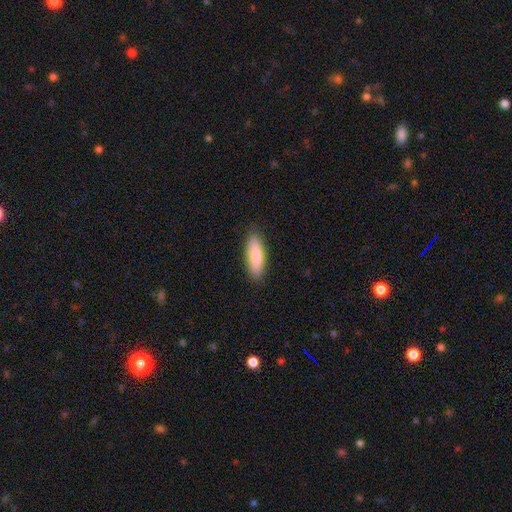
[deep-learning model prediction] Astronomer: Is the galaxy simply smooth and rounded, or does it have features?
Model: smooth — 79%.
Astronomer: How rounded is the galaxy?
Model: in between — 59% (runner-up: cigar-shaped, 39%).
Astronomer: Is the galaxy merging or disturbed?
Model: none — 87%.